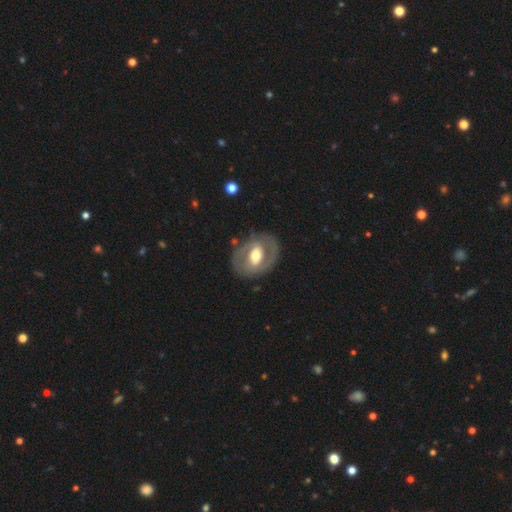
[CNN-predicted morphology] type=featured or disk (67%); edge-on=no (95%); bar=weak (38%); spiral arms=no (51%); bulge=moderate (66%); merging=none (77%).